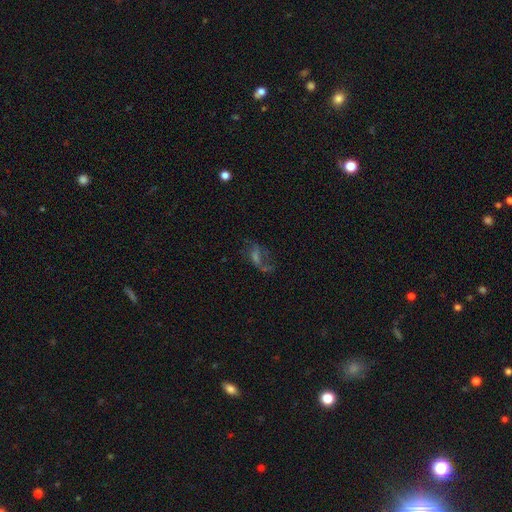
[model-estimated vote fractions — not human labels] Smooth or featured?
  - featured or disk: 59% *
  - smooth: 21%
  - star or artifact: 20%
Edge-on disk?
  - no: 94% *
  - yes: 6%
Bar?
  - no: 51% *
  - weak: 38%
  - strong: 11%
Spiral arms?
  - yes: 71% *
  - no: 29%
Bulge size?
  - none: 38% *
  - small: 33%
  - moderate: 22%
  - large: 5%
  - dominant: 2%
Merging?
  - none: 44% *
  - major disturbance: 35%
  - minor disturbance: 17%
  - merger: 4%